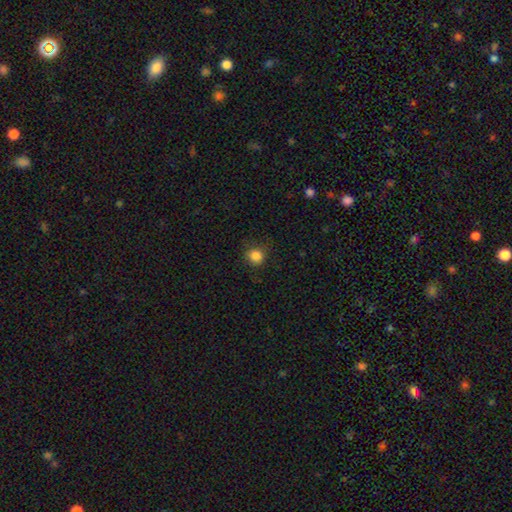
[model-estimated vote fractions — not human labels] Smooth or featured?
  - smooth: 84% *
  - star or artifact: 12%
  - featured or disk: 4%
How rounded?
  - round: 88% *
  - in between: 11%
  - cigar-shaped: 1%
Merging?
  - none: 83% *
  - minor disturbance: 12%
  - major disturbance: 4%
  - merger: 1%